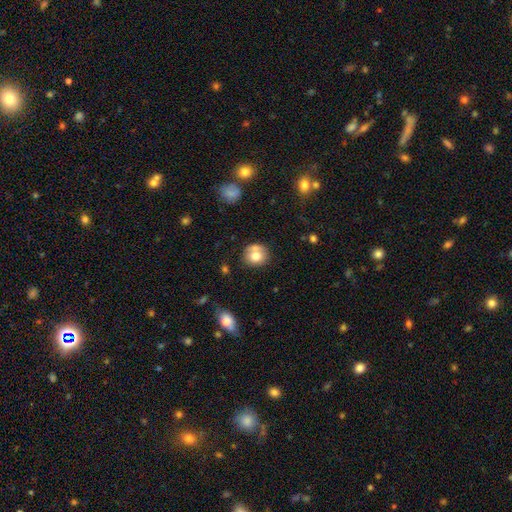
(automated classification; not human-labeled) Smooth or featured? smooth (73%)
How rounded? round (78%)
Merging? none (55%)